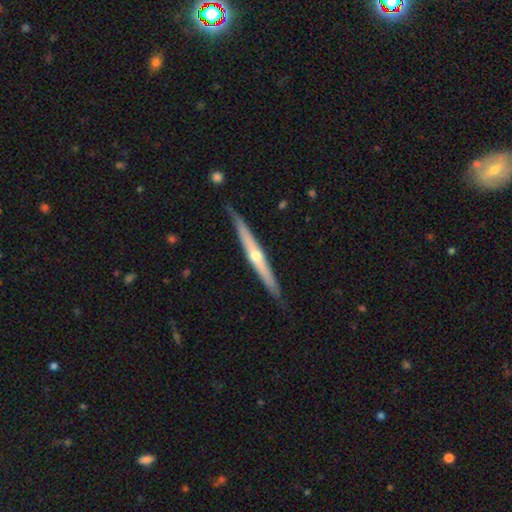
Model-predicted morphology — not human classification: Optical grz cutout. It shows a featured or disk galaxy (72%) viewed edge-on (96%) with a rounded central bulge (80%). Merging: none (86%).